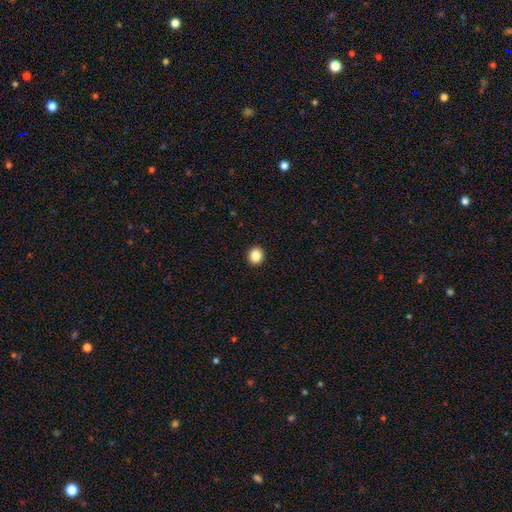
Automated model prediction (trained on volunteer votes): Smooth or featured? smooth (87%)
How rounded? round (85%)
Merging? none (93%)